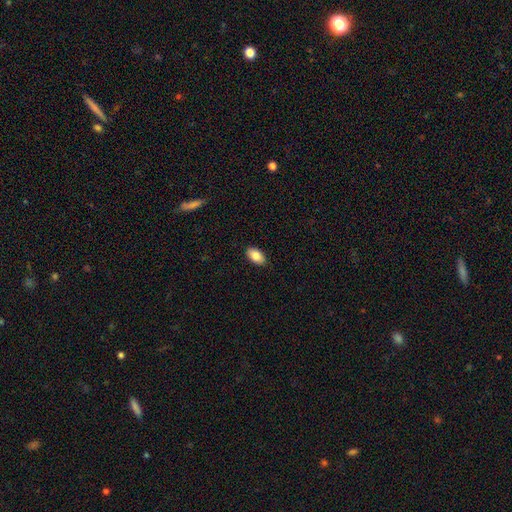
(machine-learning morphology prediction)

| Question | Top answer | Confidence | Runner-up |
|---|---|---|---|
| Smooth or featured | smooth | 84% | featured or disk (9%) |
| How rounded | in between | 93% | round (5%) |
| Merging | none | 88% | minor disturbance (9%) |